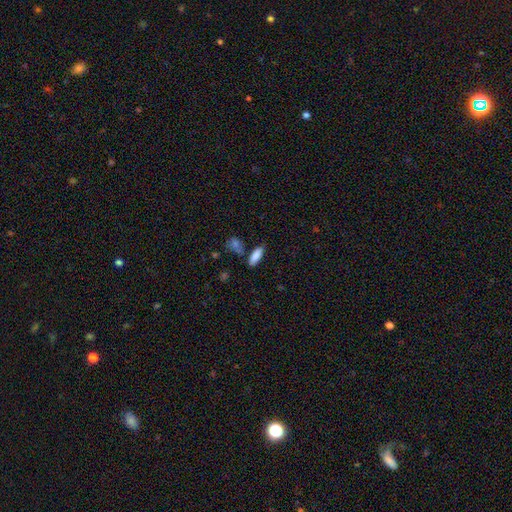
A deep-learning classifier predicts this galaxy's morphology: A smooth galaxy with no disk features (85%) that is in between round and cigar-shaped (62%). Merging: none (75%).